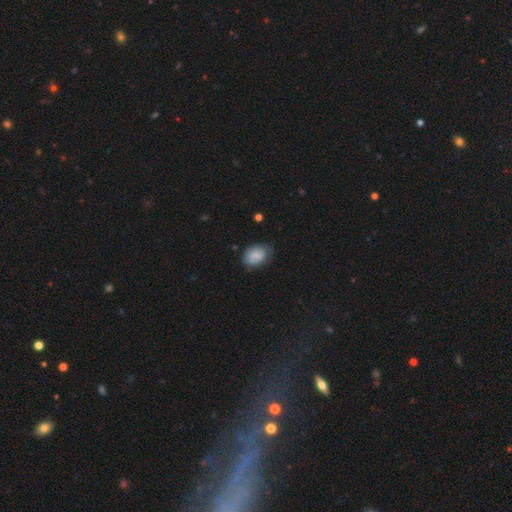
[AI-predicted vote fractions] smooth 71%, featured or disk 21%, star or artifact 8%. Down the decision tree: how rounded — in between (70%); merging — none (63%).